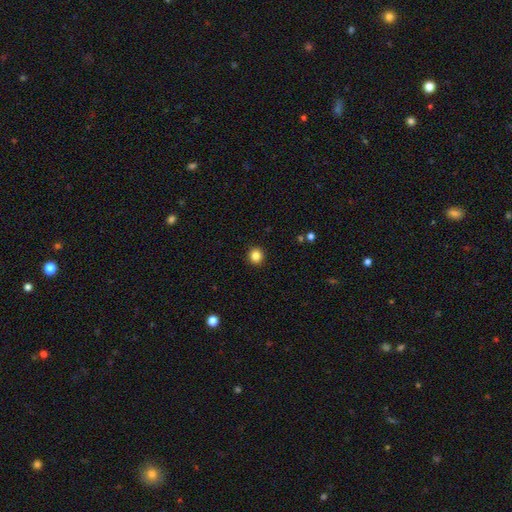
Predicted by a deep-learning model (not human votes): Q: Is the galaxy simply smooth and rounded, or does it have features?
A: smooth — 85%.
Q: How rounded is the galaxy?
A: round — 90%.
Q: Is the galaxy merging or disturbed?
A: none — 92%.